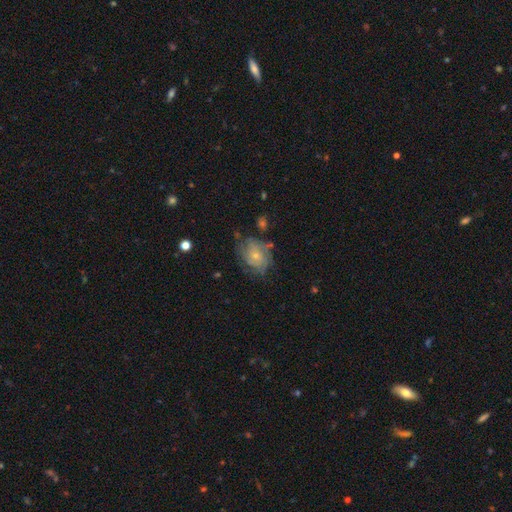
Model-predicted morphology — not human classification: Overall: featured or disk (65%; smooth 27%). Edge-on disk: no (97%). Bar: no (77%). Spiral arms: yes (84%). Spiral arm count: can't tell (49%; 2 15%). Spiral winding: tight (58%; medium 30%). Bulge size: small (66%; moderate 28%). Merging: none (62%; minor disturbance 23%).